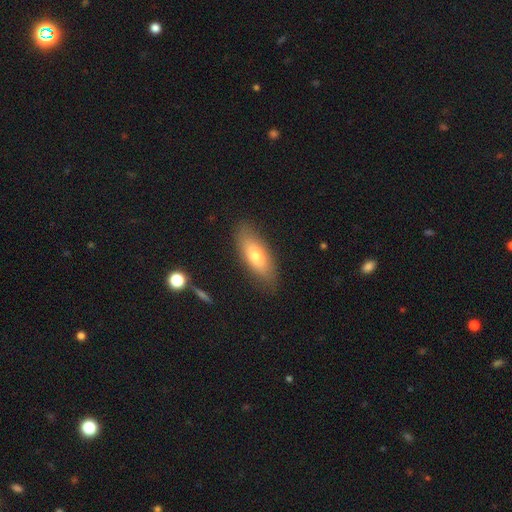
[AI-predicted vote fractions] Smooth or featured: smooth — 70% (featured or disk — 24%)
How rounded: in between — 67% (cigar-shaped — 31%)
Merging: none — 83% (minor disturbance — 12%)